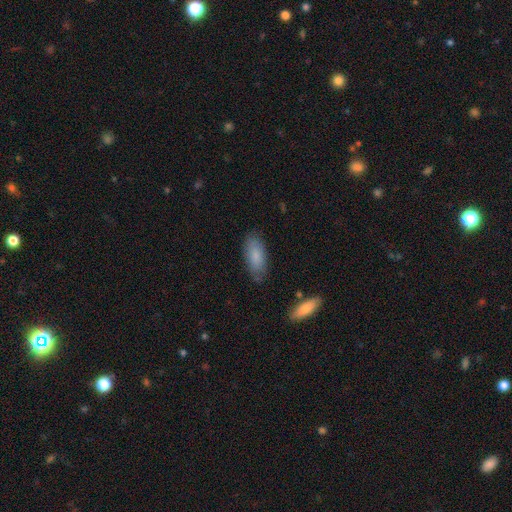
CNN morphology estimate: This appears to be a smooth galaxy with no disk features (83%) that is in between round and cigar-shaped (84%). Merging: none (78%).